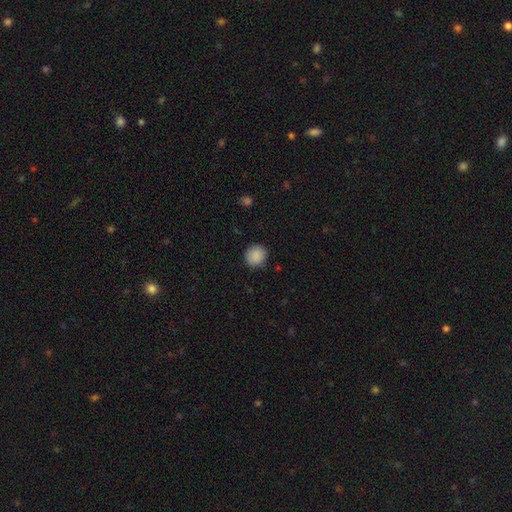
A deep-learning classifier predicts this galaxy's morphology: smooth-or-featured: smooth: 89% | star or artifact: 8% | featured or disk: 3%
  how-rounded: round: 87% | in between: 12% | cigar-shaped: 1%
  merging: none: 88% | minor disturbance: 8% | major disturbance: 2% | merger: 1%